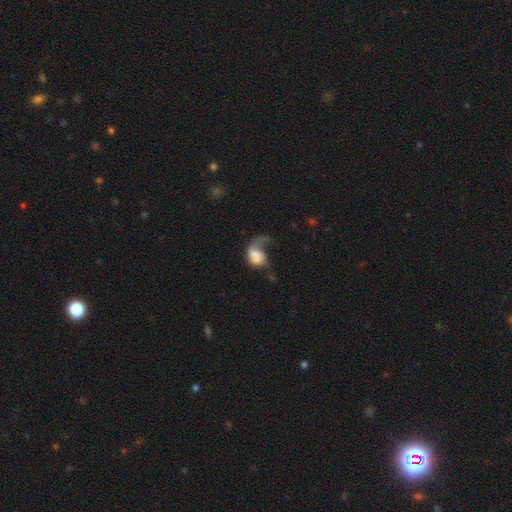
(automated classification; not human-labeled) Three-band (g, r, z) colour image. It shows a smooth galaxy with no disk features (48%). Merging: major disturbance (57%).